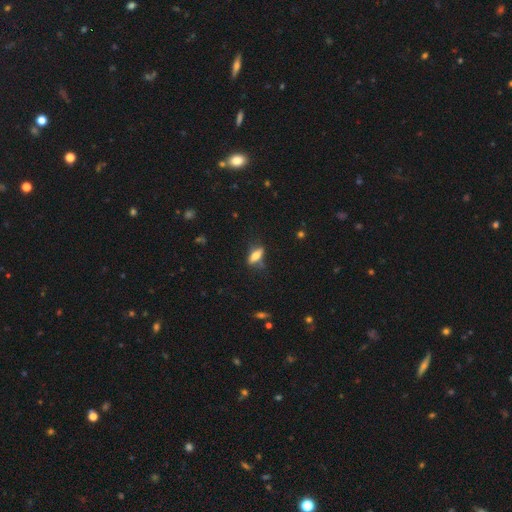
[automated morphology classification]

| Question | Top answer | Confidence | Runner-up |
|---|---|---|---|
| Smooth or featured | smooth | 61% | featured or disk (31%) |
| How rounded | in between | 65% | cigar-shaped (31%) |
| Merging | none | 69% | minor disturbance (20%) |